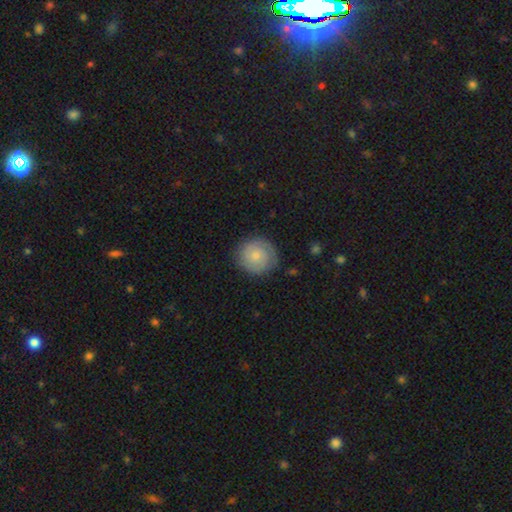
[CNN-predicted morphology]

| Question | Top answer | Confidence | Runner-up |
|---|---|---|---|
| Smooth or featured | smooth | 58% | featured or disk (35%) |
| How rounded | round | 91% | in between (8%) |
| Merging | none | 83% | minor disturbance (12%) |